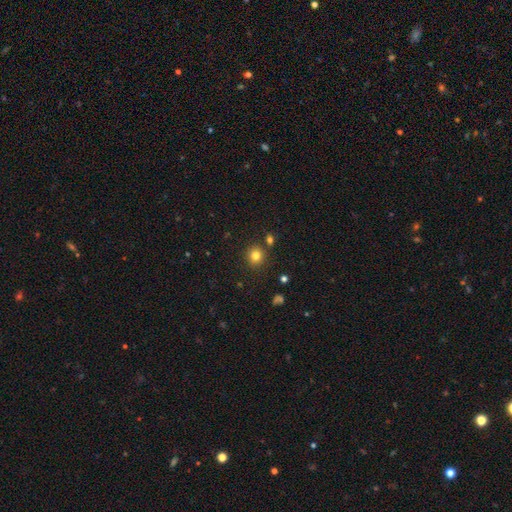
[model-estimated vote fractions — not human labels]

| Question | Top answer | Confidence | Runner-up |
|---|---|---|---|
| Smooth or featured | smooth | 80% | star or artifact (14%) |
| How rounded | round | 87% | in between (12%) |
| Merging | none | 84% | minor disturbance (8%) |